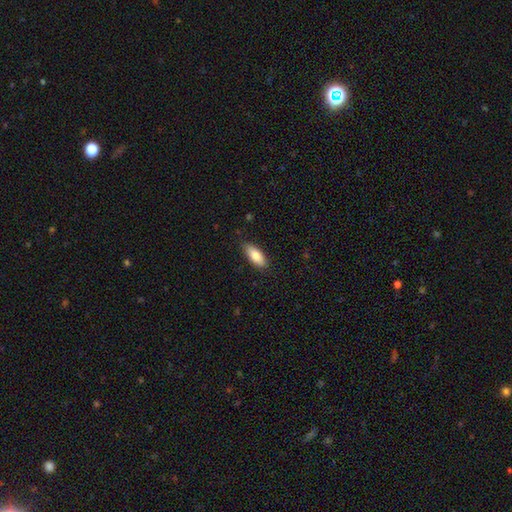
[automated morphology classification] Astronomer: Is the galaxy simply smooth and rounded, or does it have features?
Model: smooth — 83%.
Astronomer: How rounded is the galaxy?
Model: in between — 81%.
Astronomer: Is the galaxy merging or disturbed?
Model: none — 83%.